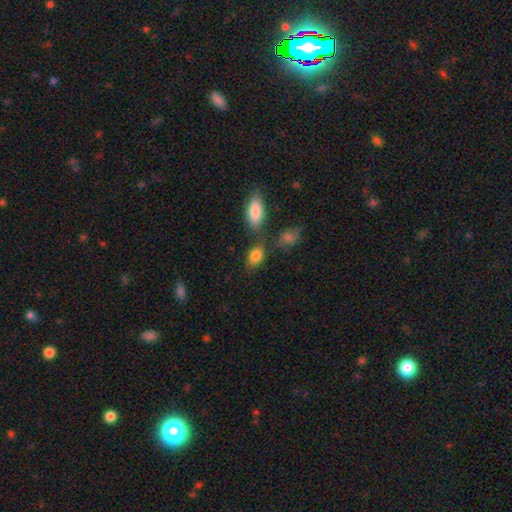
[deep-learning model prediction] smooth 84%, star or artifact 8%, featured or disk 7%. Down the decision tree: how rounded — in between (84%); merging — none (61%).